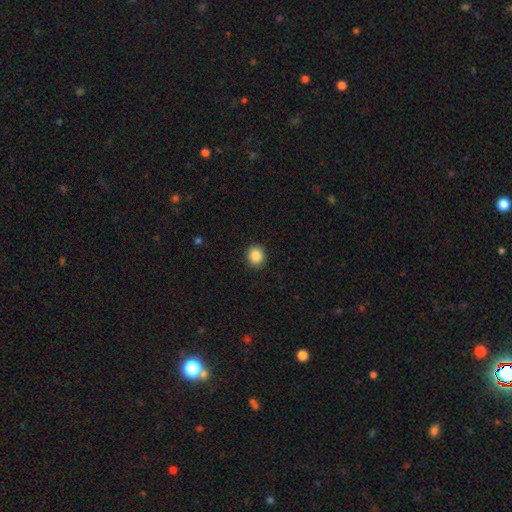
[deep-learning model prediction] smooth_or_featured: smooth (p=0.88) [alt: star or artifact p=0.09]
how_rounded: round (p=0.75) [alt: in between p=0.24]
merging: none (p=0.91) [alt: minor disturbance p=0.06]